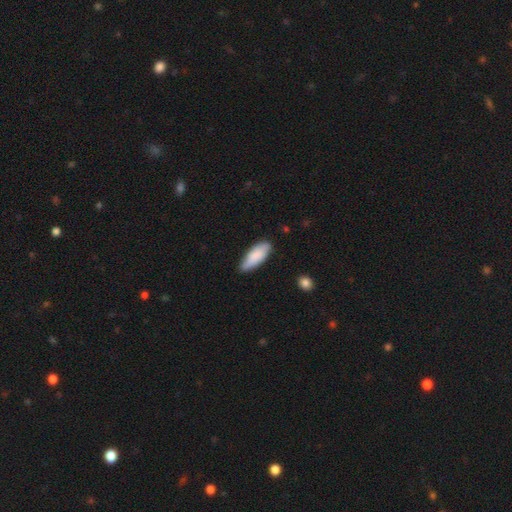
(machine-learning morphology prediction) smooth_or_featured: smooth (p=0.84) [alt: featured or disk p=0.10]
how_rounded: in between (p=0.75) [alt: cigar-shaped p=0.23]
merging: none (p=0.74) [alt: minor disturbance p=0.21]